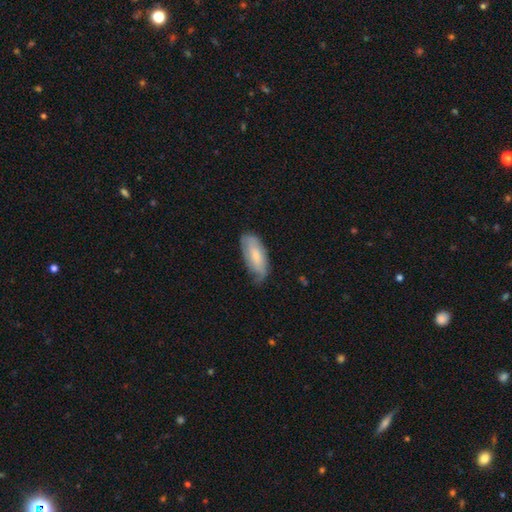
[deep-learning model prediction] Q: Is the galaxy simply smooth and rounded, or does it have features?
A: smooth — 66%.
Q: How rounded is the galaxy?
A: in between — 83%.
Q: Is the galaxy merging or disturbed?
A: none — 60%.